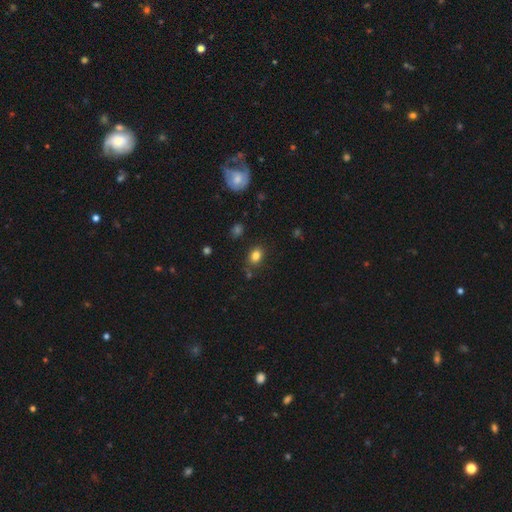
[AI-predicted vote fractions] A smooth galaxy with no disk features (82%) that is in between round and cigar-shaped (63%). Merging: none (79%).